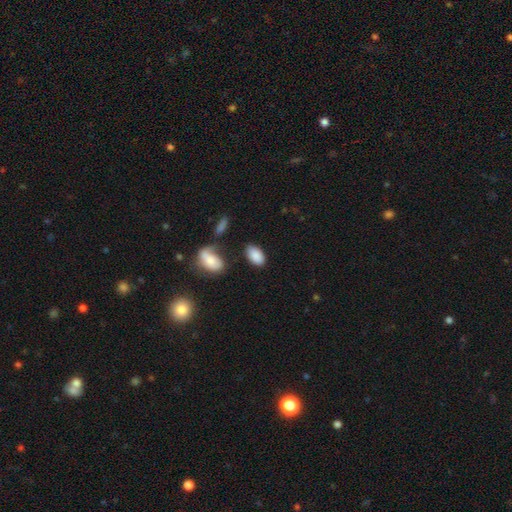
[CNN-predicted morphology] smooth 87%, star or artifact 7%, featured or disk 6%. Down the decision tree: how rounded — in between (94%); merging — none (74%).